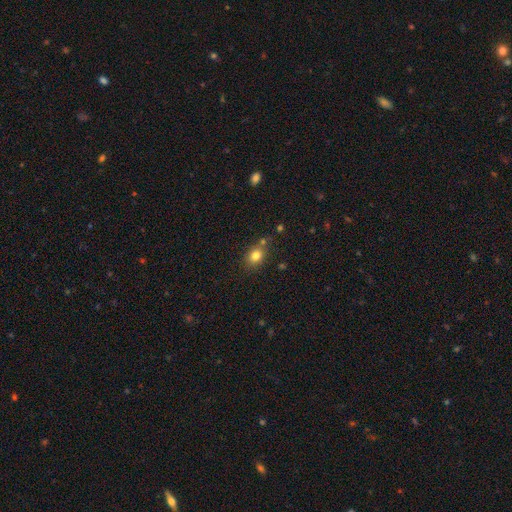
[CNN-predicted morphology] Smooth or featured?
  - smooth: 81% *
  - star or artifact: 11%
  - featured or disk: 8%
How rounded?
  - in between: 50% *
  - round: 49%
  - cigar-shaped: 1%
Merging?
  - none: 71% *
  - minor disturbance: 15%
  - merger: 10%
  - major disturbance: 4%